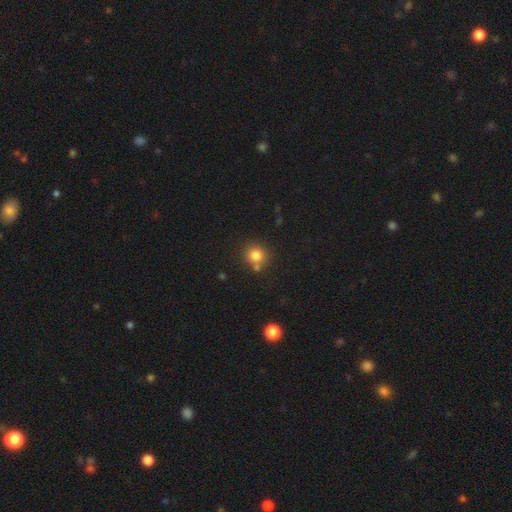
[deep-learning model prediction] The model was most divided on "merging": none: 68%, merger: 18%, minor disturbance: 10%, major disturbance: 3%. More confident: how rounded — round (89%); smooth or featured — smooth (80%).